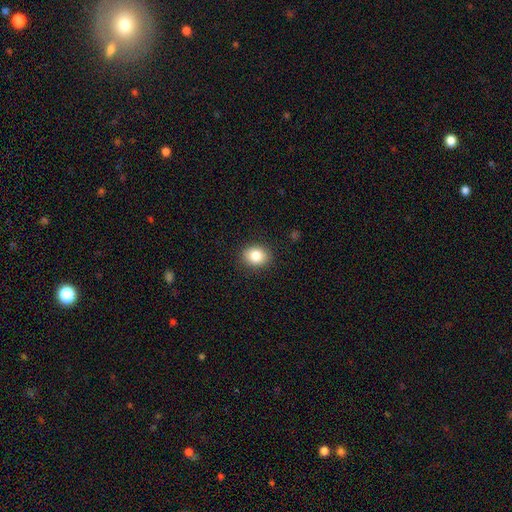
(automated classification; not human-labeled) smooth_or_featured: smooth (p=0.84) [alt: star or artifact p=0.09]
how_rounded: round (p=0.50) [alt: in between p=0.49]
merging: none (p=0.89) [alt: minor disturbance p=0.08]